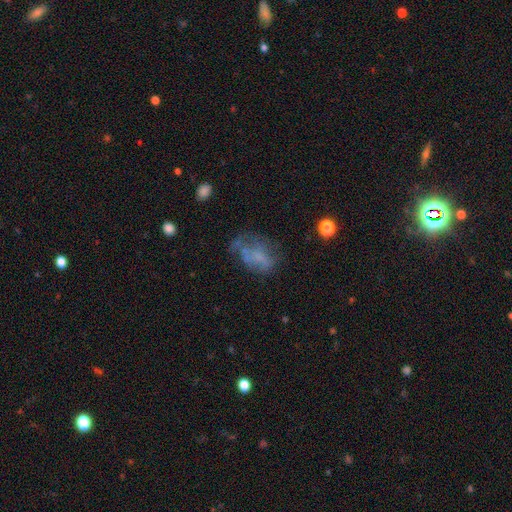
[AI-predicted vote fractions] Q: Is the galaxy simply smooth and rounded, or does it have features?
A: smooth — 43%.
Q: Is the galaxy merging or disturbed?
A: none — 35%.